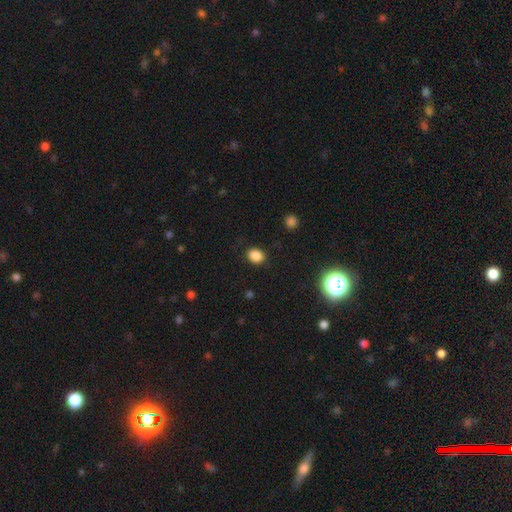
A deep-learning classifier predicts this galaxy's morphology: Overall: smooth (84%). How rounded: in between (53%; round 46%). Merging: none (87%).